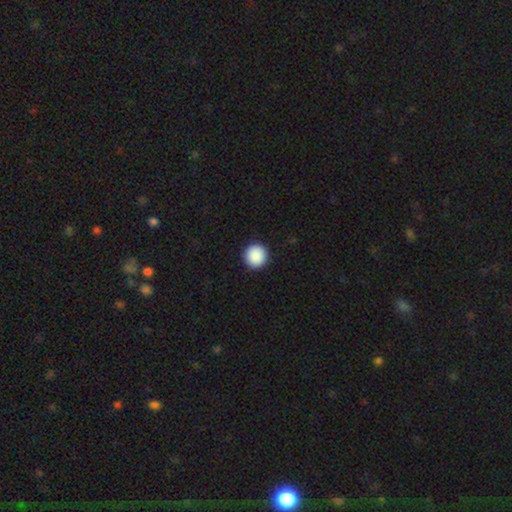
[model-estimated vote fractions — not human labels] Smooth or featured: smooth — 90% (star or artifact — 8%)
How rounded: round — 95% (in between — 4%)
Merging: none — 93% (minor disturbance — 4%)